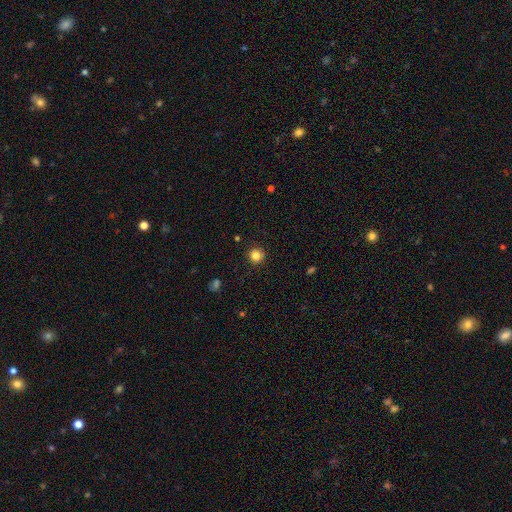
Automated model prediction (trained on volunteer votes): smooth_or_featured: smooth (p=0.84) [alt: star or artifact p=0.12]
how_rounded: round (p=0.95) [alt: in between p=0.04]
merging: none (p=0.92) [alt: minor disturbance p=0.05]